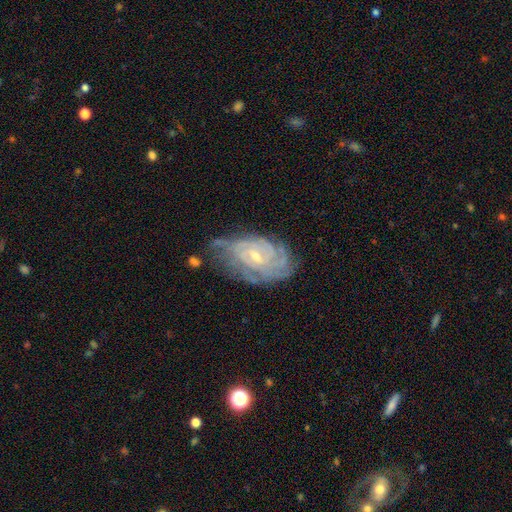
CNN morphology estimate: This is clearly a featured or disk galaxy (84%). It is clearly not viewed edge-on (96%). Bar: possibly no (55%). Spiral arm pattern: clearly yes (96%). Spiral arm count: marginally can't tell (36%). Spiral winding: likely tight (73%). Central bulge: likely small (66%). Merging: likely none (61%).